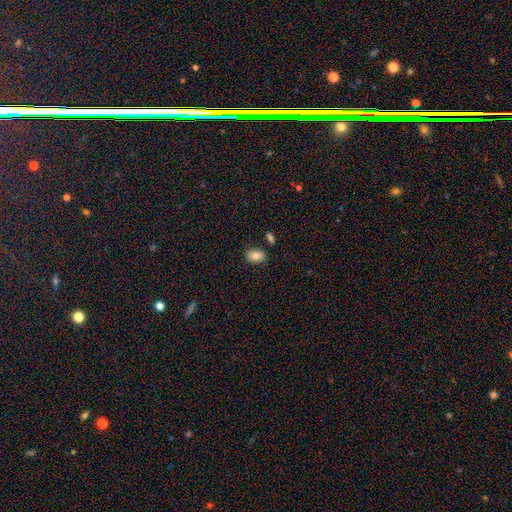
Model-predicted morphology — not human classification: Smooth or featured? smooth (80%)
How rounded? in between (86%)
Merging? none (79%)